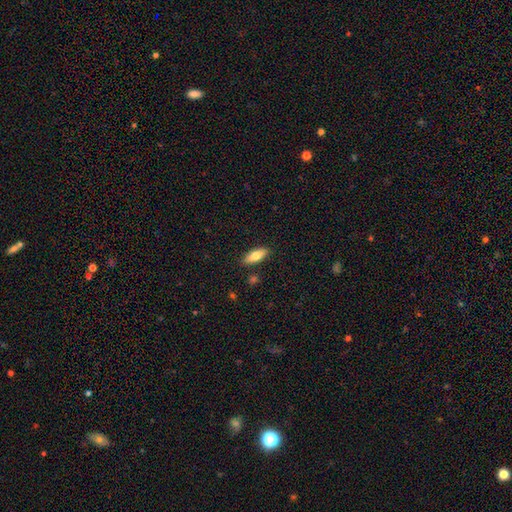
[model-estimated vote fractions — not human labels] This is likely a smooth galaxy (75%). How rounded: likely in between (70%). Merging: clearly none (86%).